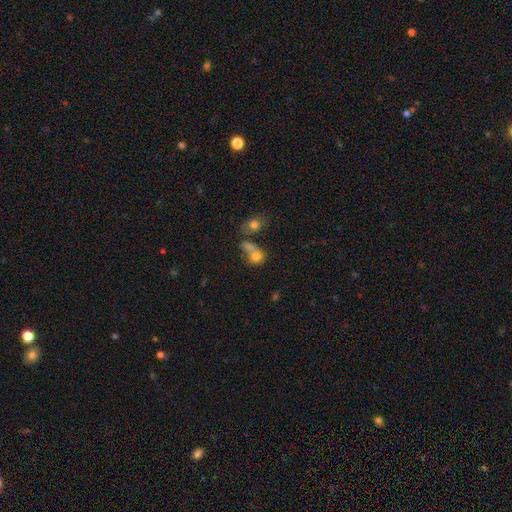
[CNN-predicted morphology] Smooth or featured?
  - smooth: 69% *
  - star or artifact: 16%
  - featured or disk: 15%
How rounded?
  - round: 67% *
  - in between: 32%
  - cigar-shaped: 2%
Merging?
  - merger: 46% *
  - none: 35%
  - minor disturbance: 11%
  - major disturbance: 8%